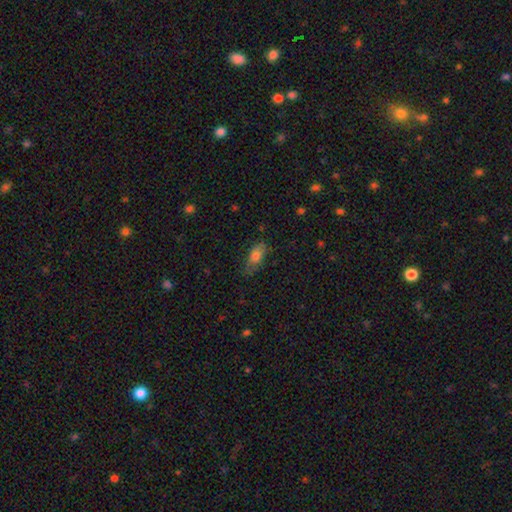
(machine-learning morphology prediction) smooth_or_featured: smooth (p=0.75) [alt: featured or disk p=0.17]
how_rounded: in between (p=0.81) [alt: cigar-shaped p=0.15]
merging: none (p=0.62) [alt: minor disturbance p=0.28]